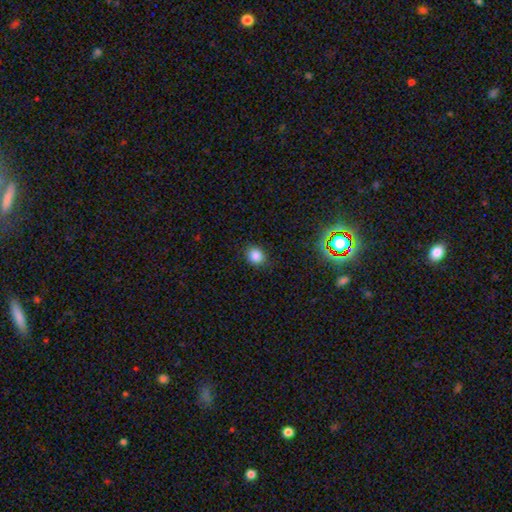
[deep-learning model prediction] Q: Smooth or featured?
A: smooth (84%); runner-up: star or artifact (12%)
Q: How rounded?
A: round (72%); runner-up: in between (28%)
Q: Merging?
A: none (86%); runner-up: minor disturbance (10%)